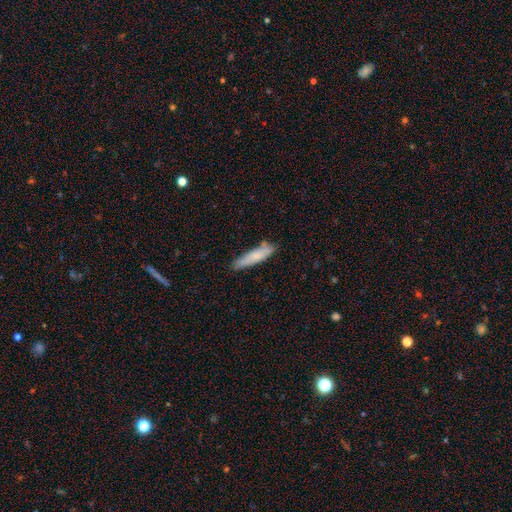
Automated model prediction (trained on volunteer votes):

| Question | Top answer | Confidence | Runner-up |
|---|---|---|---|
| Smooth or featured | smooth | 75% | featured or disk (19%) |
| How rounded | cigar-shaped | 80% | in between (19%) |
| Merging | none | 71% | minor disturbance (21%) |